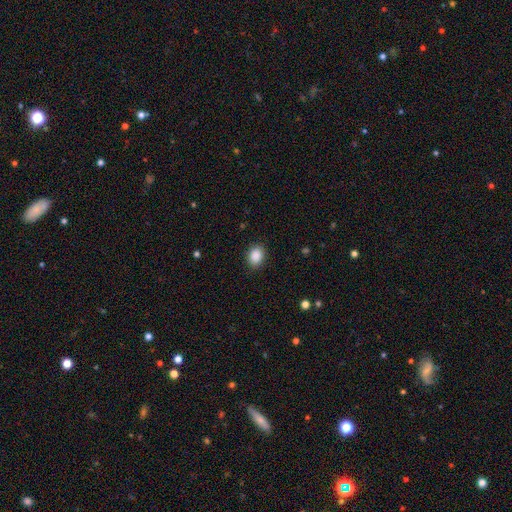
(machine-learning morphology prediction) Overall: smooth (89%). How rounded: in between (66%; round 33%). Merging: none (88%).